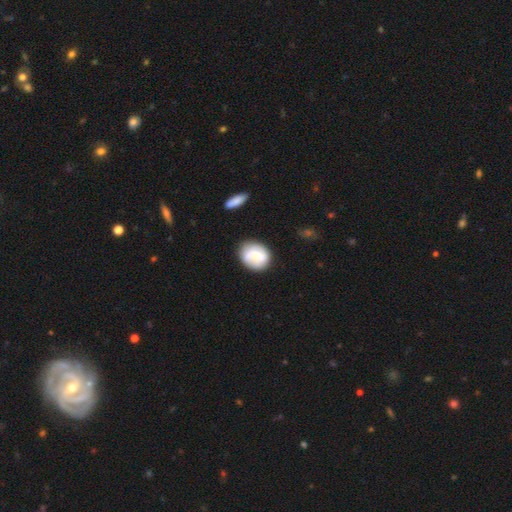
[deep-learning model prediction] The model was most divided on "smooth or featured": smooth: 59%, featured or disk: 35%, star or artifact: 7%. More confident: merging — none (72%); how rounded — round (63%).